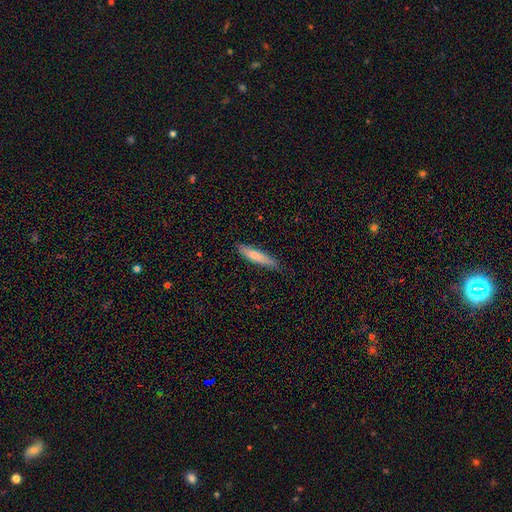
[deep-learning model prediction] A smooth galaxy with no disk features (74%) that is cigar-shaped (83%). Merging: none (79%).